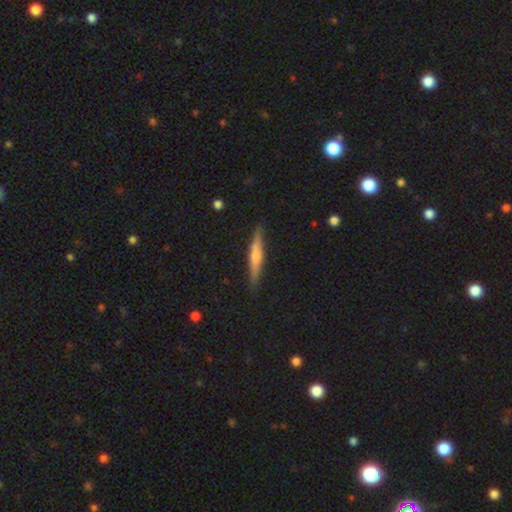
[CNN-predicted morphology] Overall: featured or disk (55%; smooth 39%). Edge-on disk: yes (95%). Edge-on bulge: rounded (73%). Merging: none (89%).